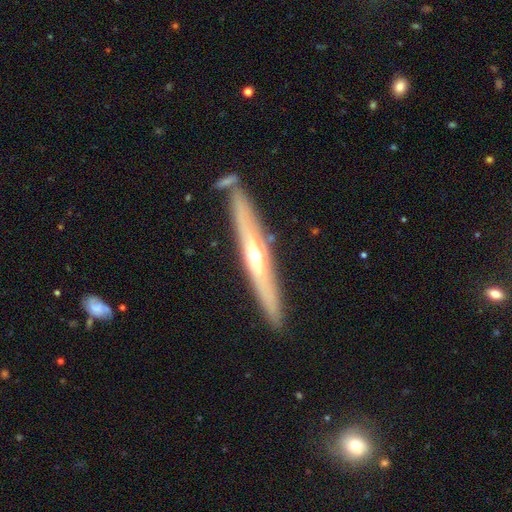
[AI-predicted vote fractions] Overall: featured or disk (65%; smooth 29%). Edge-on disk: yes (91%). Edge-on bulge: rounded (82%). Merging: none (83%).